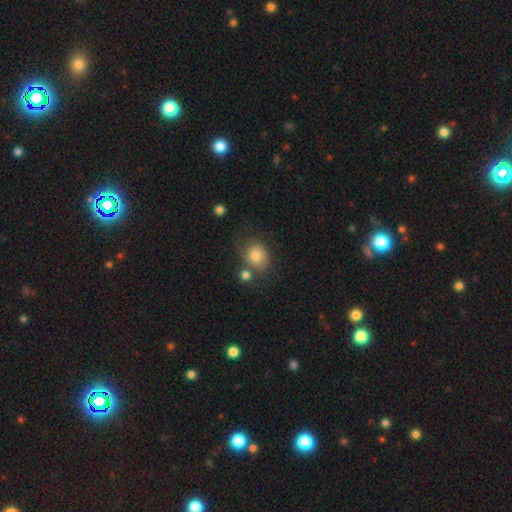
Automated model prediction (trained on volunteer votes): Smooth or featured? Predicted: smooth (p=0.77). How rounded? Predicted: round (p=0.61). Merging? Predicted: none (p=0.56).